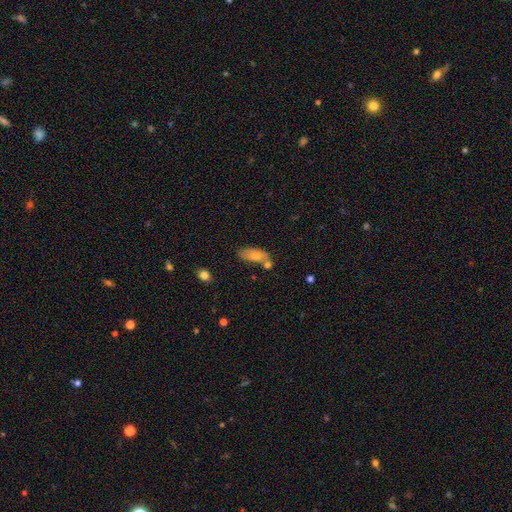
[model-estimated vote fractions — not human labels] Smooth or featured: smooth — 77% (featured or disk — 15%)
How rounded: in between — 84% (cigar-shaped — 13%)
Merging: none — 51% (merger — 22%)